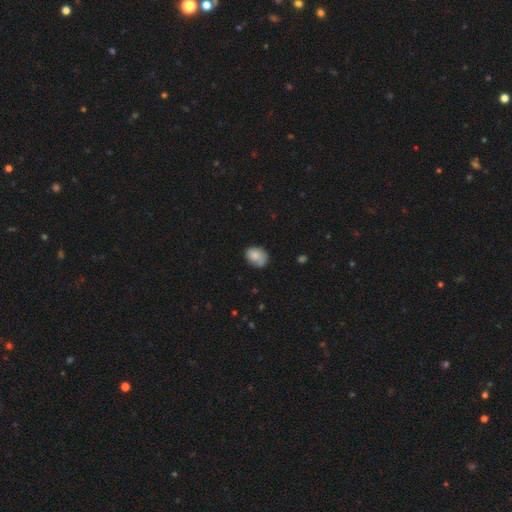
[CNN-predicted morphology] A smooth galaxy with no disk features (72%) that is in between round and cigar-shaped (70%).

Vote fractions:
- Smooth or featured? smooth: 72% / featured or disk: 20% / star or artifact: 8%
- How rounded? in between: 70% / round: 29% / cigar-shaped: 1%
- Merging? none: 54% / minor disturbance: 30% / major disturbance: 12% / merger: 4%